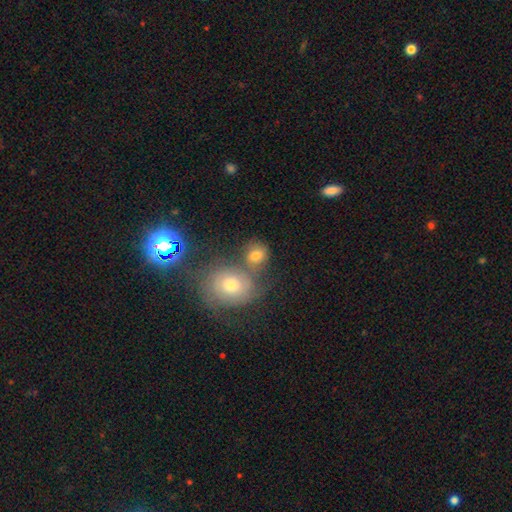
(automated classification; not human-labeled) Q: Smooth or featured?
A: smooth (69%); runner-up: featured or disk (17%)
Q: How rounded?
A: round (63%); runner-up: in between (35%)
Q: Merging?
A: none (46%); runner-up: merger (36%)